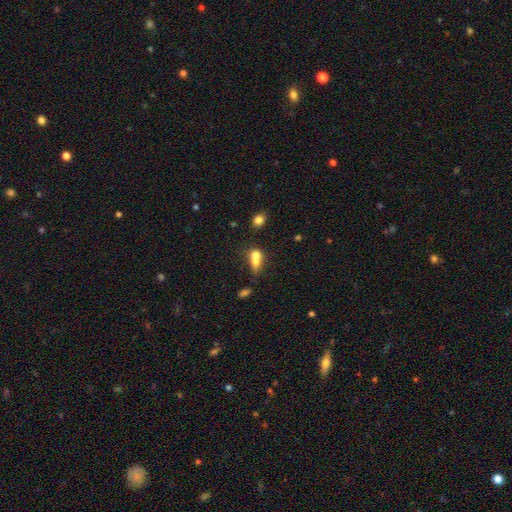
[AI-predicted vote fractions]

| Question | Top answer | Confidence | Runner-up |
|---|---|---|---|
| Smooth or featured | smooth | 69% | featured or disk (19%) |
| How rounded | in between | 55% | round (37%) |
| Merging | merger | 63% | none (22%) |